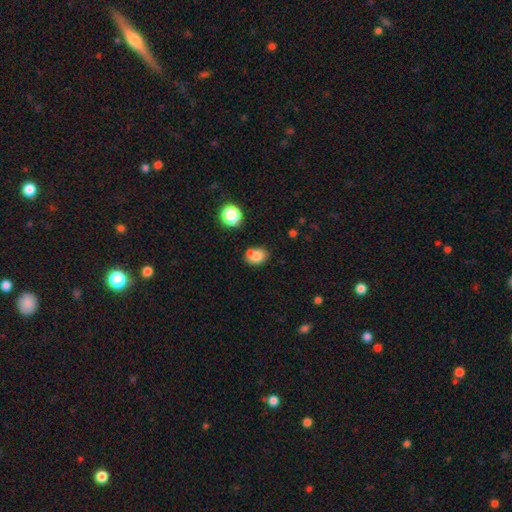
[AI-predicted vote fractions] A smooth galaxy with no disk features (77%) that is in between round and cigar-shaped (51%). Merging: none (54%).